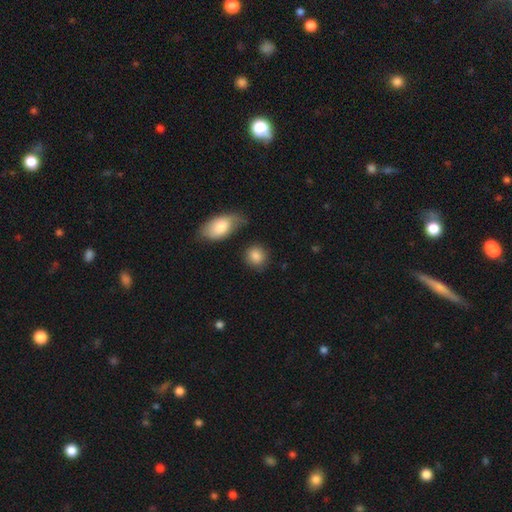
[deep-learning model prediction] This appears to be a smooth galaxy with no disk features (87%) that is round (77%). Merging: none (76%).